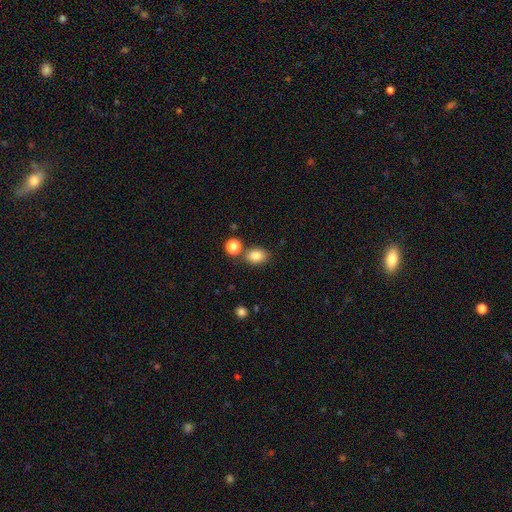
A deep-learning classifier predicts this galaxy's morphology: Smooth or featured: smooth — 83% (star or artifact — 10%)
How rounded: in between — 71% (round — 28%)
Merging: none — 73% (minor disturbance — 12%)